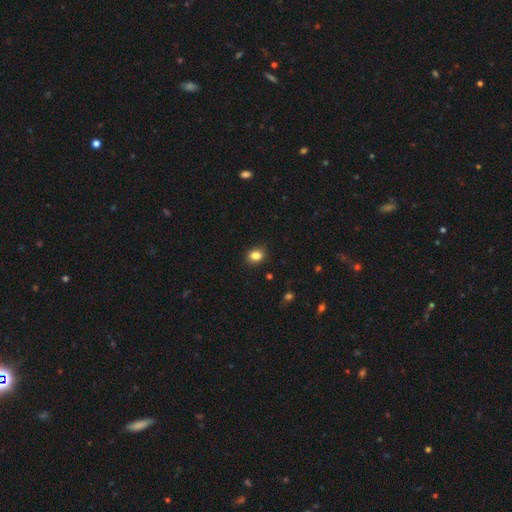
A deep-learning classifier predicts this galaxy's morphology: smooth-or-featured: smooth: 84% | star or artifact: 11% | featured or disk: 5%
  how-rounded: round: 53% | in between: 46% | cigar-shaped: 1%
  merging: none: 89% | minor disturbance: 8% | major disturbance: 2% | merger: 1%